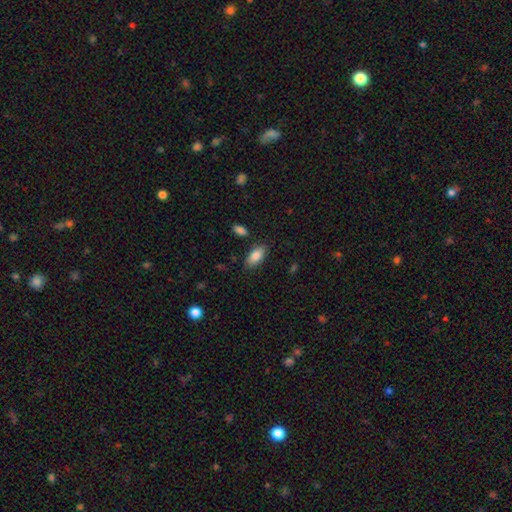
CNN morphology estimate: Smooth or featured?
  - smooth: 85% *
  - featured or disk: 8%
  - star or artifact: 7%
How rounded?
  - in between: 91% *
  - cigar-shaped: 6%
  - round: 3%
Merging?
  - none: 81% *
  - minor disturbance: 13%
  - major disturbance: 3%
  - merger: 3%